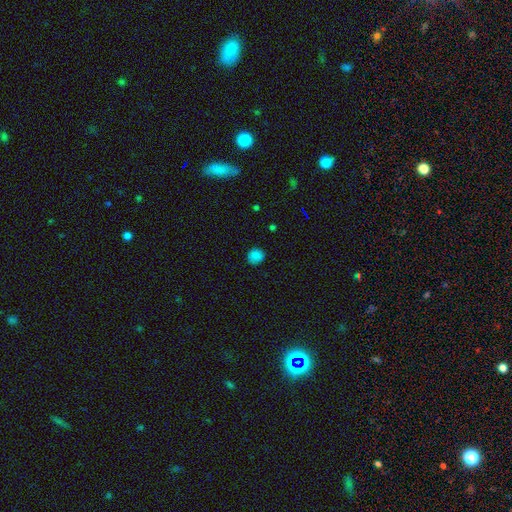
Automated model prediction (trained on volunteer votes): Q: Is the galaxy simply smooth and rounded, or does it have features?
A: smooth — 83%.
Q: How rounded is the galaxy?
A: round — 86%.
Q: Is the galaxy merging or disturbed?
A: none — 86%.